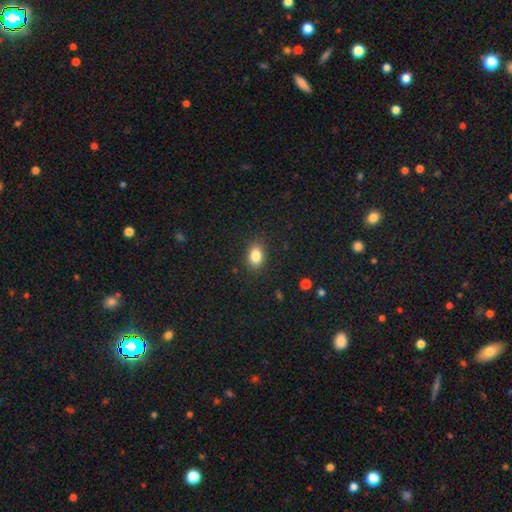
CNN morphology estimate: Smooth or featured: smooth — 85% (star or artifact — 10%)
How rounded: in between — 73% (round — 26%)
Merging: none — 87% (minor disturbance — 10%)